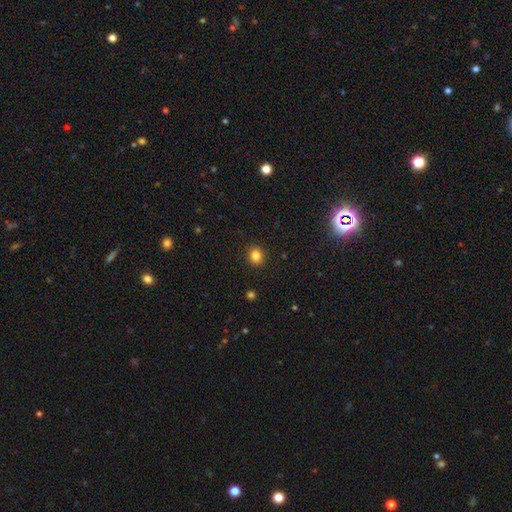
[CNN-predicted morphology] smooth-or-featured: smooth: 84% | star or artifact: 11% | featured or disk: 4%
  how-rounded: round: 70% | in between: 29% | cigar-shaped: 1%
  merging: none: 90% | minor disturbance: 7% | major disturbance: 2% | merger: 1%